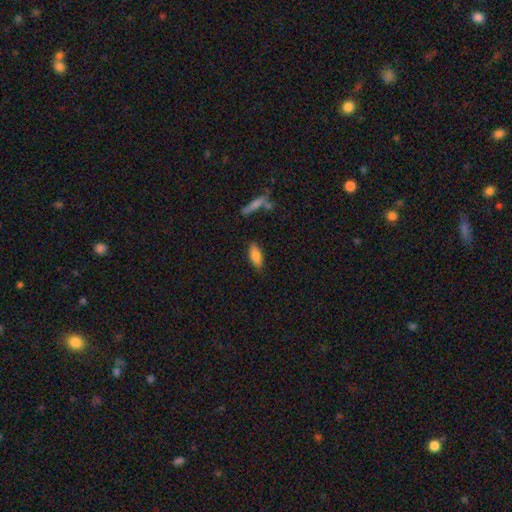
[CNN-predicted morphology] A smooth galaxy with no disk features (84%) that is in between round and cigar-shaped (74%). Merging: none (83%).